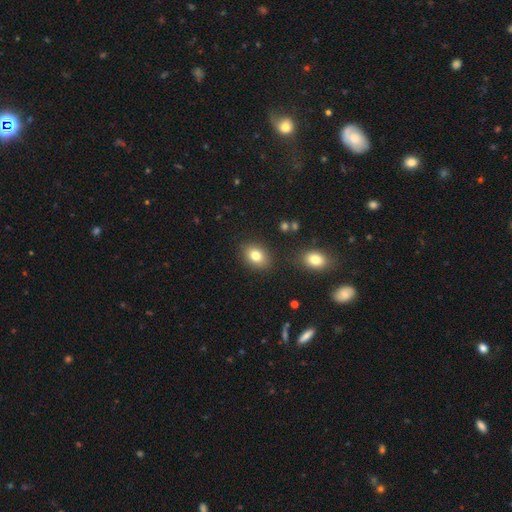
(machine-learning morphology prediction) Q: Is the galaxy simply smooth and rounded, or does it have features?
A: smooth — 80%.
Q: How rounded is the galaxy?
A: in between — 69%.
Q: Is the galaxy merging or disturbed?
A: none — 85%.